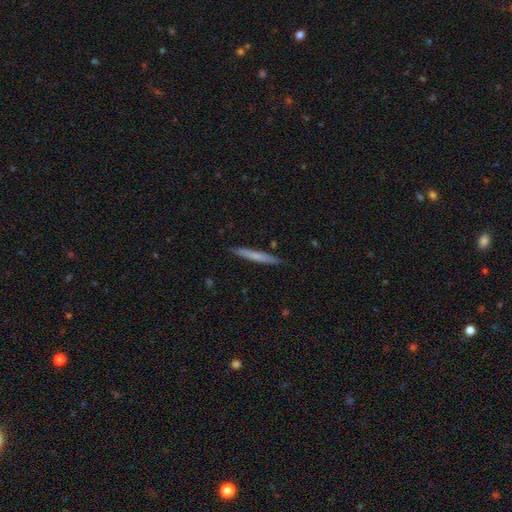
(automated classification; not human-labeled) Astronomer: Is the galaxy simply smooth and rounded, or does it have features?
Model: smooth — 65%.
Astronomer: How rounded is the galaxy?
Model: cigar-shaped — 97%.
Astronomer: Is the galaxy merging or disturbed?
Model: none — 90%.